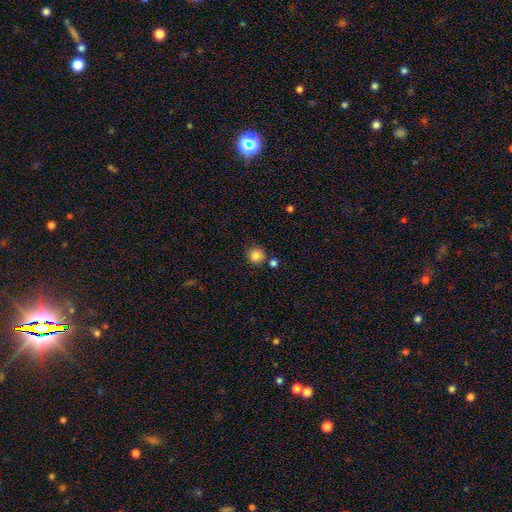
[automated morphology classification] smooth-or-featured: smooth: 83% | star or artifact: 11% | featured or disk: 5%
  how-rounded: round: 93% | in between: 6% | cigar-shaped: 1%
  merging: none: 78% | merger: 10% | minor disturbance: 9% | major disturbance: 3%